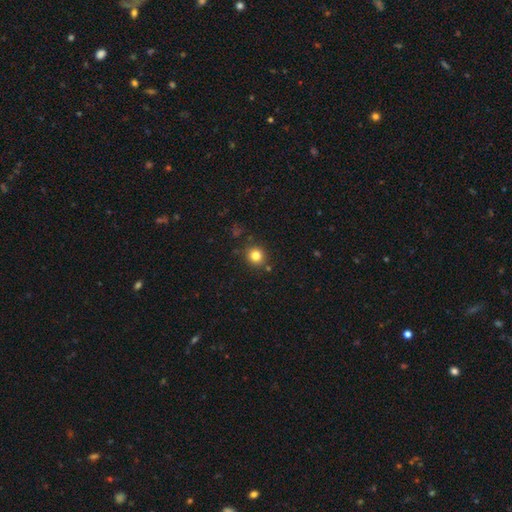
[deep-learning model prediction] Q: Smooth or featured?
A: smooth (81%); runner-up: star or artifact (13%)
Q: How rounded?
A: round (89%); runner-up: in between (10%)
Q: Merging?
A: none (86%); runner-up: minor disturbance (8%)